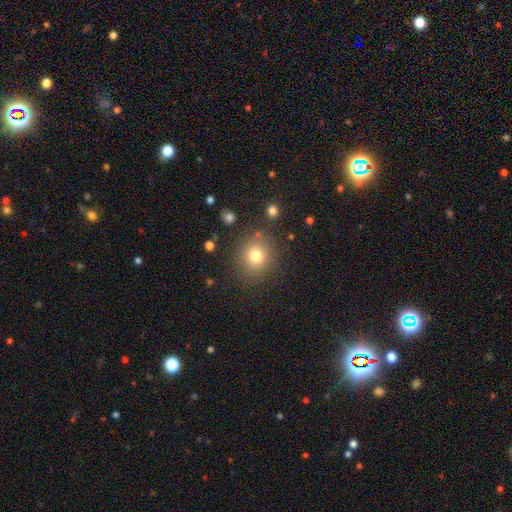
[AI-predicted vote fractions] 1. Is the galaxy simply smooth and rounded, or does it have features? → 77% smooth, 14% star or artifact, 9% featured or disk.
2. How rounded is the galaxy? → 83% round, 16% in between, 1% cigar-shaped.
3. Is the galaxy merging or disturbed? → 84% none, 9% minor disturbance, 4% major disturbance, 3% merger.